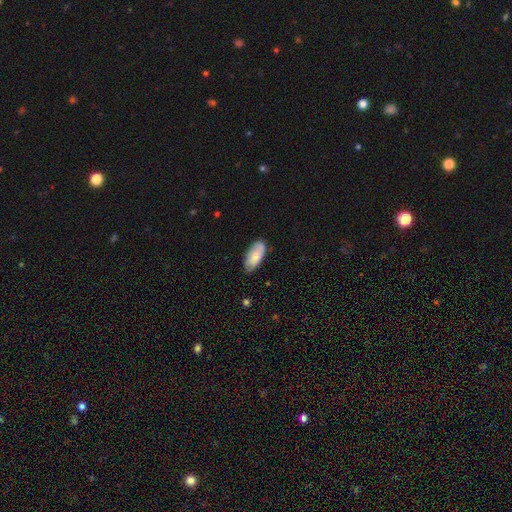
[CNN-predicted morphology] Smooth or featured?
  - smooth: 72% *
  - featured or disk: 22%
  - star or artifact: 6%
How rounded?
  - in between: 91% *
  - cigar-shaped: 7%
  - round: 2%
Merging?
  - none: 72% *
  - minor disturbance: 23%
  - major disturbance: 4%
  - merger: 2%